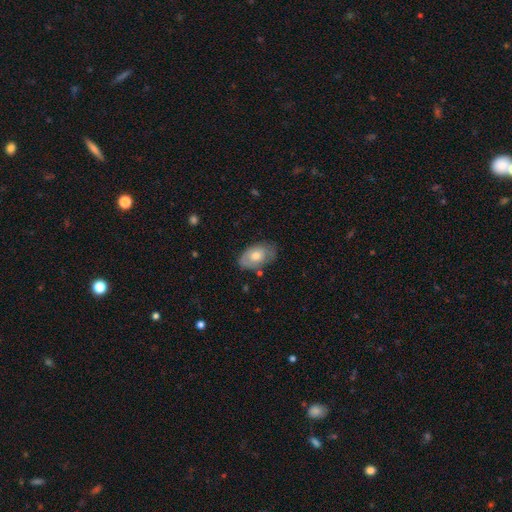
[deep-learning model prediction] Smooth or featured?
  - smooth: 63% *
  - featured or disk: 31%
  - star or artifact: 7%
How rounded?
  - in between: 91% *
  - round: 7%
  - cigar-shaped: 1%
Merging?
  - none: 70% *
  - minor disturbance: 23%
  - major disturbance: 5%
  - merger: 2%